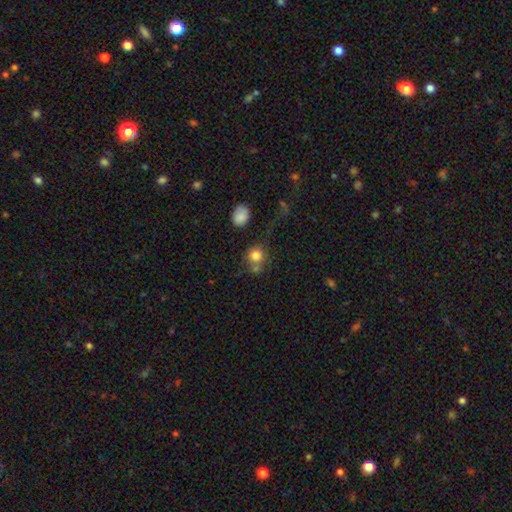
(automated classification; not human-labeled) The model was most divided on "merging": none: 58%, merger: 21%, minor disturbance: 13%, major disturbance: 7%. More confident: how rounded — round (85%); smooth or featured — smooth (81%).